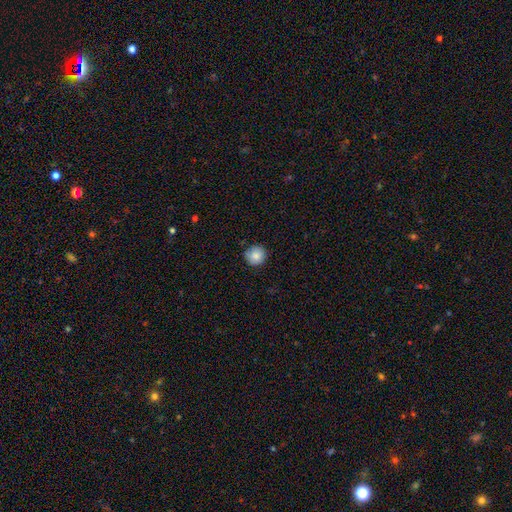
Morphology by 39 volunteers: This appears to be a smooth galaxy with no disk features (82%) that is round (91%). Merging: none (97%).